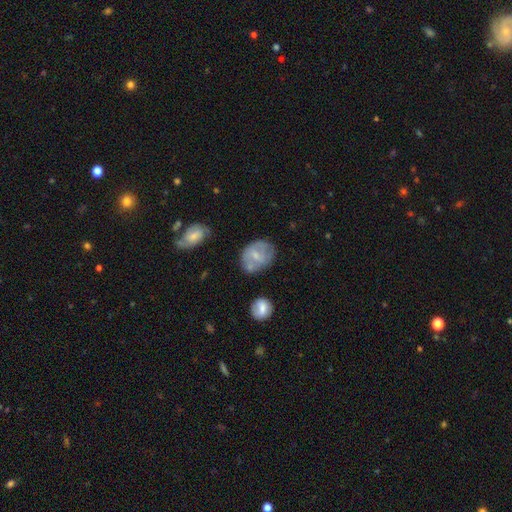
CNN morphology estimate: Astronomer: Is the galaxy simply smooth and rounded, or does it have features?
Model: featured or disk — 48% (runner-up: smooth, 44%).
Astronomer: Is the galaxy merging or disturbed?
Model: none — 57%.